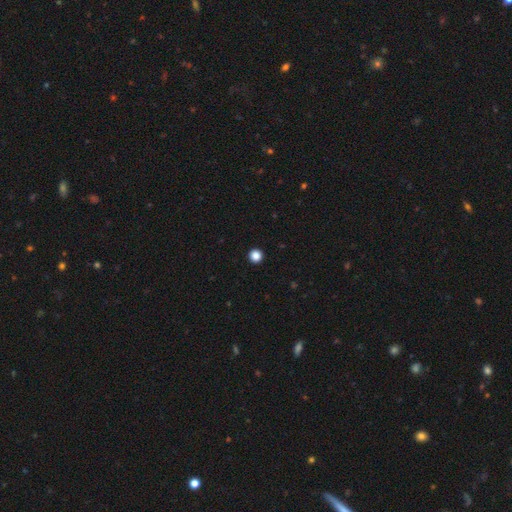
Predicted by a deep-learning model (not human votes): Smooth or featured? smooth (87%)
How rounded? round (96%)
Merging? none (95%)